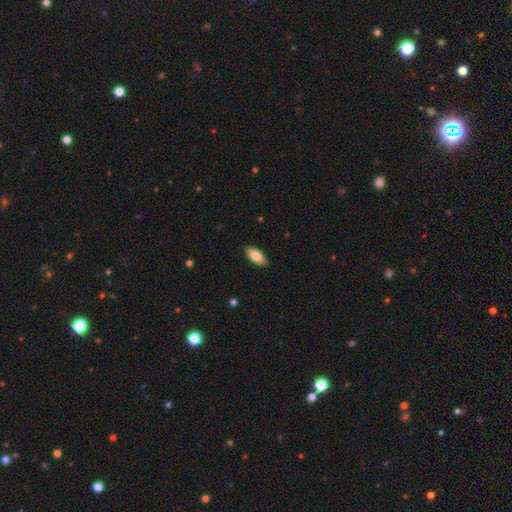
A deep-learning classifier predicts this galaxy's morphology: Smooth or featured?
  - smooth: 81% *
  - featured or disk: 12%
  - star or artifact: 6%
How rounded?
  - in between: 84% *
  - cigar-shaped: 13%
  - round: 2%
Merging?
  - none: 88% *
  - minor disturbance: 9%
  - major disturbance: 2%
  - merger: 1%